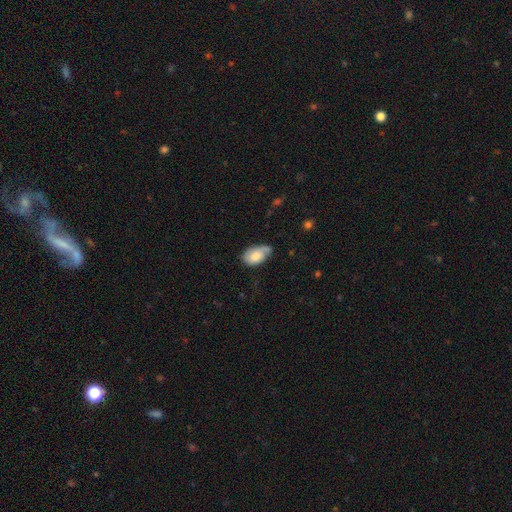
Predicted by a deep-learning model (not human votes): Overall: smooth (64%; featured or disk 29%). How rounded: in between (89%). Merging: none (41%; minor disturbance 39%).